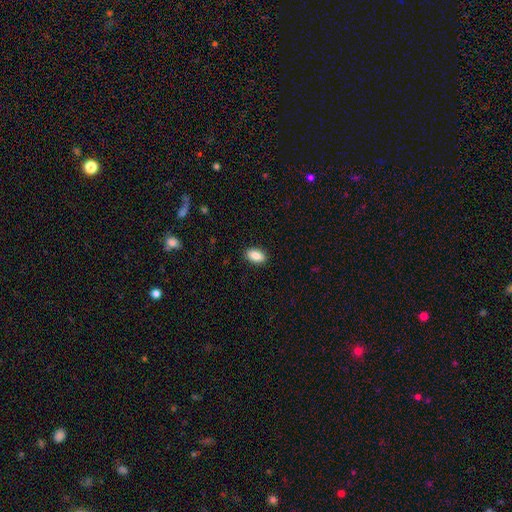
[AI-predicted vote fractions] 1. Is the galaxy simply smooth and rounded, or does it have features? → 88% smooth, 7% star or artifact, 5% featured or disk.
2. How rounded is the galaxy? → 92% in between, 4% round, 4% cigar-shaped.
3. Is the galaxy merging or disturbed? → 90% none, 7% minor disturbance, 2% major disturbance, 1% merger.